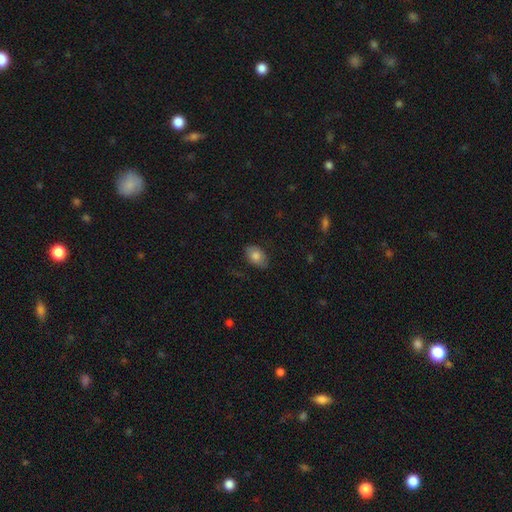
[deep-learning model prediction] smooth_or_featured: smooth (p=0.80) [alt: featured or disk p=0.13]
how_rounded: in between (p=0.88) [alt: round p=0.10]
merging: none (p=0.80) [alt: minor disturbance p=0.15]